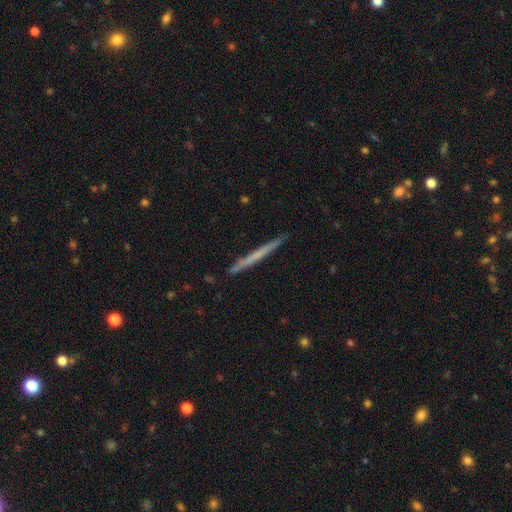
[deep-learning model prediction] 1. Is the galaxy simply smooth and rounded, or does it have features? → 50% smooth, 44% featured or disk, 6% star or artifact.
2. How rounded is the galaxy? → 97% cigar-shaped, 2% in between, 1% round.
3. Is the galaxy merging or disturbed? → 90% none, 7% minor disturbance, 1% major disturbance, 1% merger.